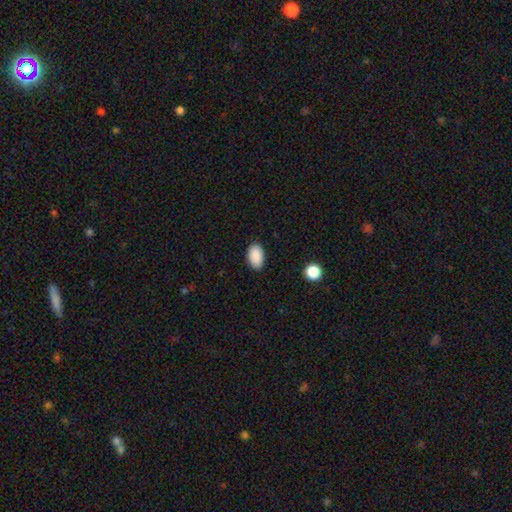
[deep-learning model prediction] The model was most divided on "merging": none: 87%, minor disturbance: 10%, major disturbance: 2%, merger: 1%. More confident: how rounded — in between (93%); smooth or featured — smooth (90%).